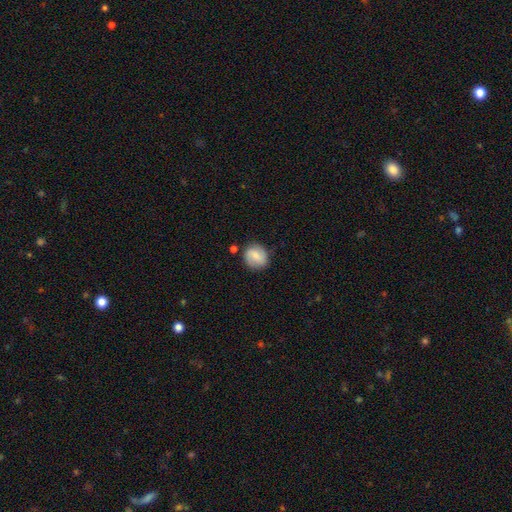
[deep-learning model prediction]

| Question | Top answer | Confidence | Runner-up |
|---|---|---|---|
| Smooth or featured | smooth | 62% | featured or disk (30%) |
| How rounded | round | 78% | in between (21%) |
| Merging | none | 78% | minor disturbance (15%) |